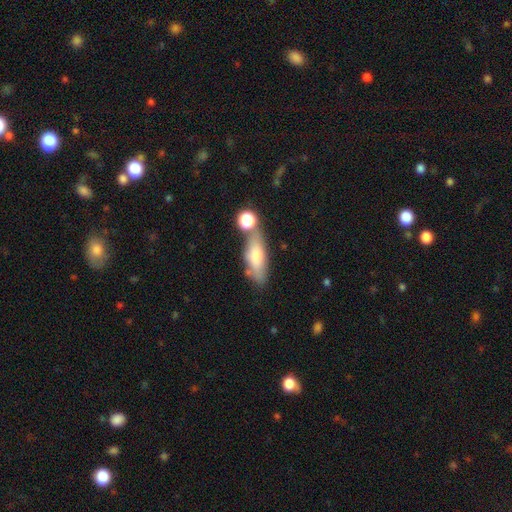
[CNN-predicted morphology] Smooth or featured?
  - smooth: 64% *
  - featured or disk: 28%
  - star or artifact: 8%
How rounded?
  - in between: 58% *
  - cigar-shaped: 38%
  - round: 4%
Merging?
  - none: 53% *
  - merger: 21%
  - minor disturbance: 19%
  - major disturbance: 7%